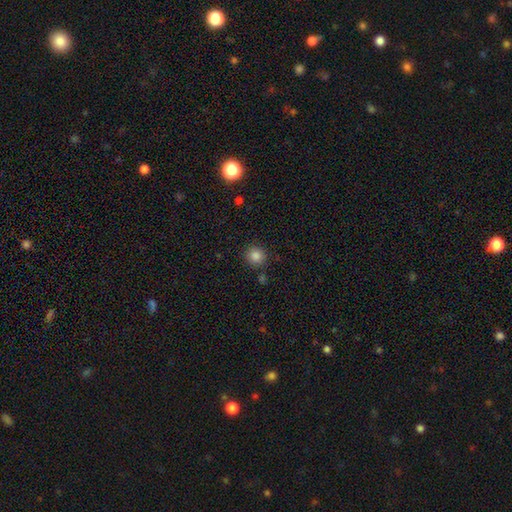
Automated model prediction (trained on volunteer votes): smooth_or_featured: smooth (p=0.85) [alt: star or artifact p=0.11]
how_rounded: round (p=0.90) [alt: in between p=0.09]
merging: none (p=0.86) [alt: minor disturbance p=0.08]